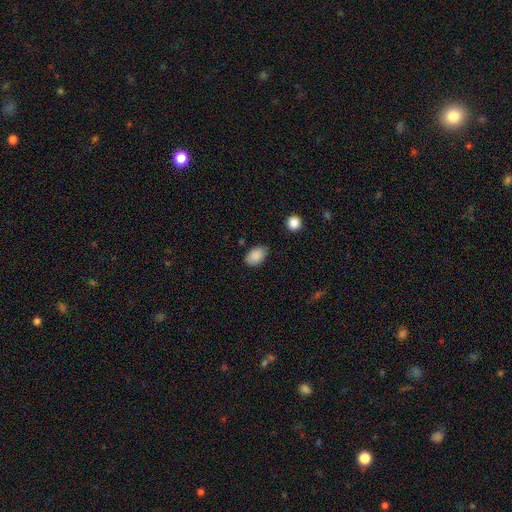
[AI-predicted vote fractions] A smooth galaxy with no disk features (89%) that is in between round and cigar-shaped (88%). Merging: none (77%).